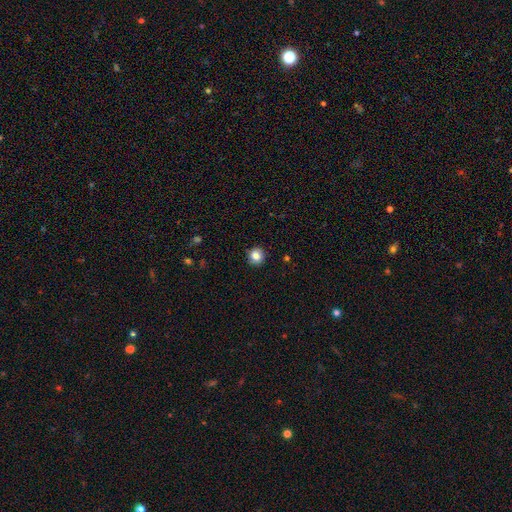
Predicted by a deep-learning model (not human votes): The model was most divided on "smooth or featured": smooth: 84%, star or artifact: 10%, featured or disk: 6%. More confident: merging — none (90%); how rounded — round (89%).